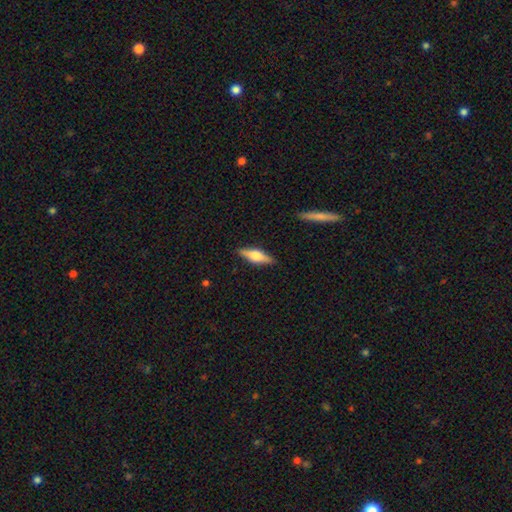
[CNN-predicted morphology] type=featured or disk (48%); merging=none (88%).